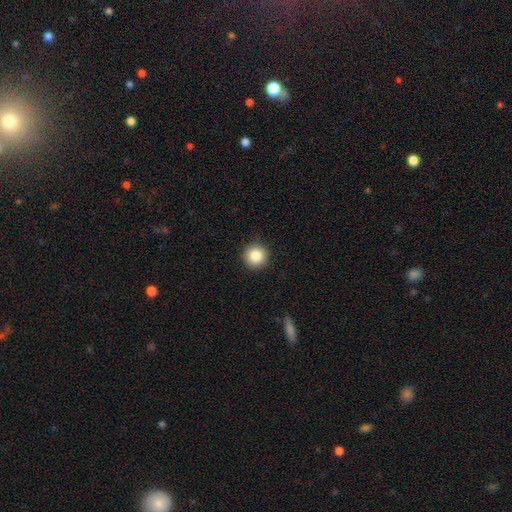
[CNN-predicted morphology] This appears to be a smooth galaxy with no disk features (85%) that is round (96%). Merging: none (92%).